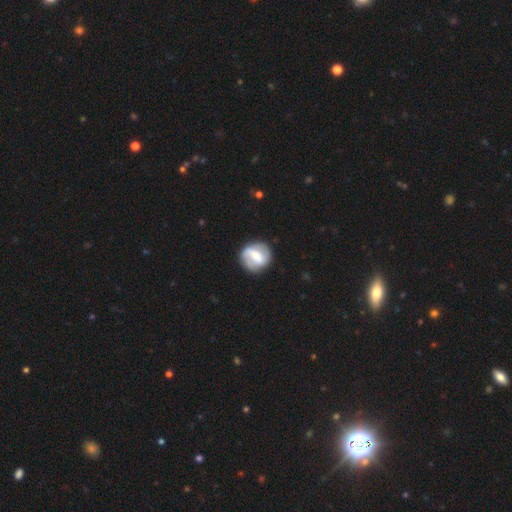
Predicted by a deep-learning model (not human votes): Q: Smooth or featured?
A: featured or disk (68%); runner-up: smooth (27%)
Q: Edge-on disk?
A: no (96%); runner-up: yes (4%)
Q: Bar?
A: strong (49%); runner-up: weak (37%)
Q: Spiral arms?
A: yes (74%); runner-up: no (26%)
Q: Bulge size?
A: moderate (58%); runner-up: small (35%)
Q: Merging?
A: none (85%); runner-up: minor disturbance (10%)